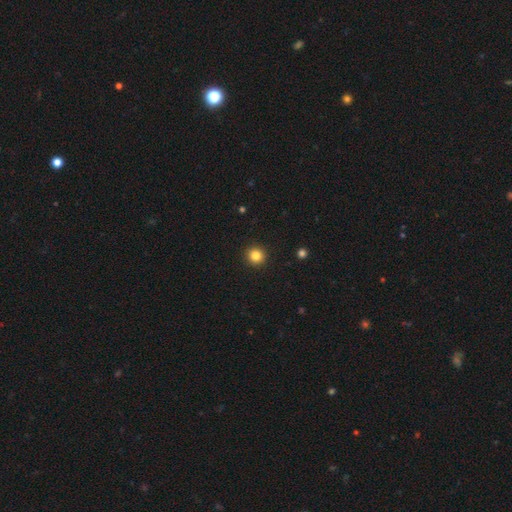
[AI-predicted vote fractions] smooth 84%, star or artifact 11%, featured or disk 4%. Down the decision tree: how rounded — round (95%); merging — none (93%).